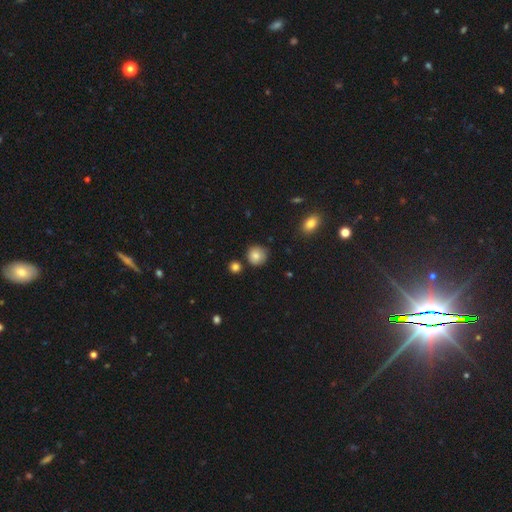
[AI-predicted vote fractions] smooth-or-featured: smooth: 82% | star or artifact: 9% | featured or disk: 9%
  how-rounded: round: 91% | in between: 8% | cigar-shaped: 1%
  merging: none: 79% | minor disturbance: 14% | merger: 4% | major disturbance: 3%